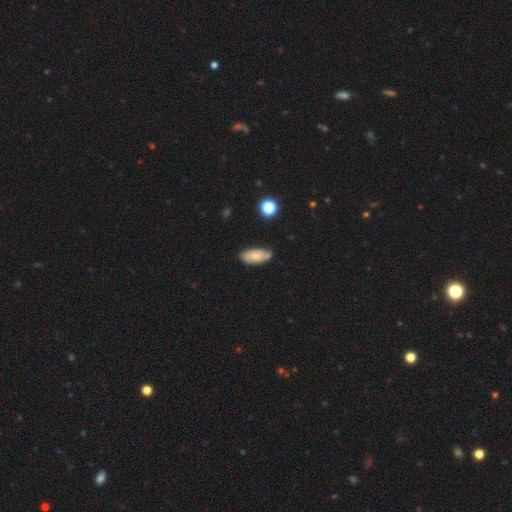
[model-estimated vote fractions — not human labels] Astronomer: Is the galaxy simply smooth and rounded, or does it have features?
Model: smooth — 73%.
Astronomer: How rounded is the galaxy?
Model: in between — 87%.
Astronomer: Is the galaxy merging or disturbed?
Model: none — 69%.